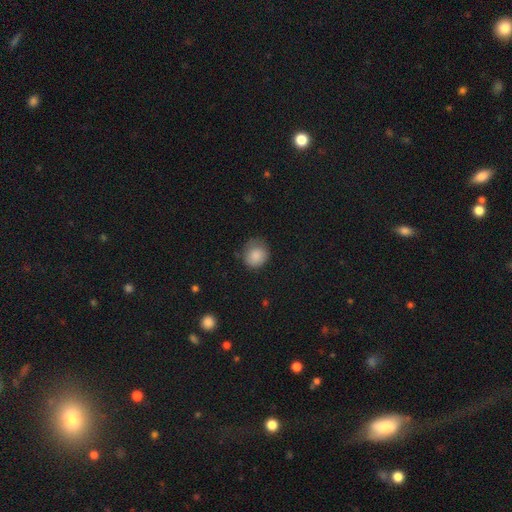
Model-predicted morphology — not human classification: smooth_or_featured: smooth (p=0.86) [alt: star or artifact p=0.08]
how_rounded: round (p=0.78) [alt: in between p=0.21]
merging: none (p=0.60) [alt: minor disturbance p=0.29]